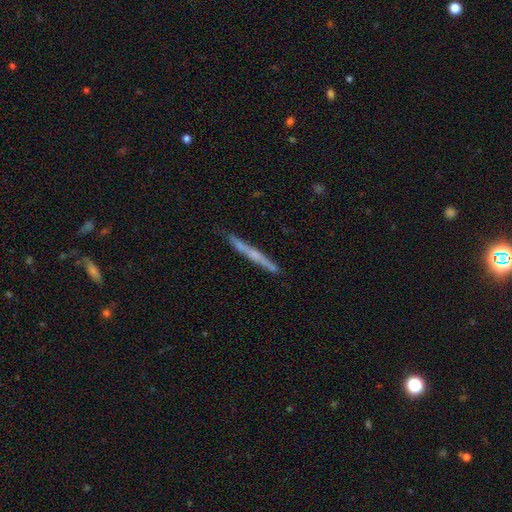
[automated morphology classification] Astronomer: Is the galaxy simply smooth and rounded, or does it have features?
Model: featured or disk — 54% (runner-up: smooth, 40%).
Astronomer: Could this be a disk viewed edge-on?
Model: yes — 96%.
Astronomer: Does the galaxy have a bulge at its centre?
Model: none — 59% (runner-up: rounded, 35%).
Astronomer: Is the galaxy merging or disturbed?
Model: none — 86%.